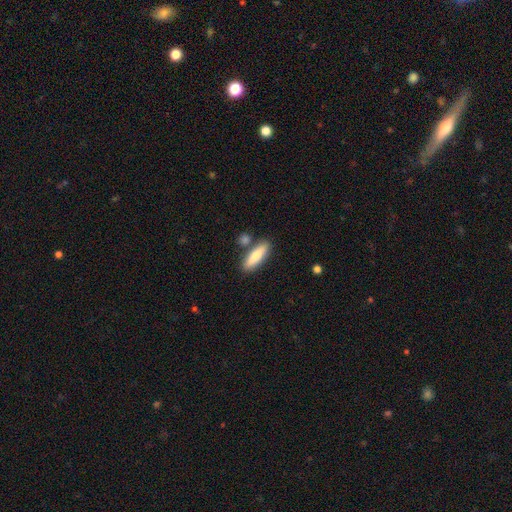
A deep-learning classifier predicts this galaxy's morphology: A smooth galaxy with no disk features (75%) that is cigar-shaped (55%). Merging: none (77%).